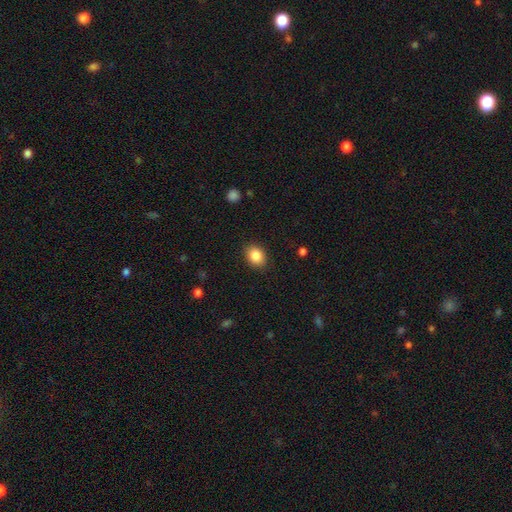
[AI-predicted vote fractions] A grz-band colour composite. It shows a smooth galaxy with no disk features (87%) that is in between round and cigar-shaped (56%). Merging: none (88%).